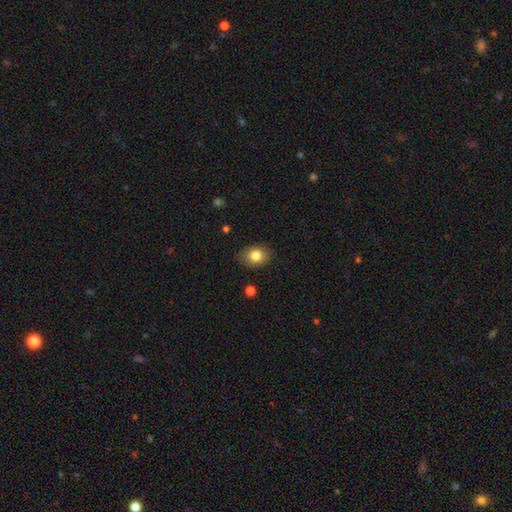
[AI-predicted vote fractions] Morphology: type=smooth (82%); roundness=in between (60%); merging=none (85%).